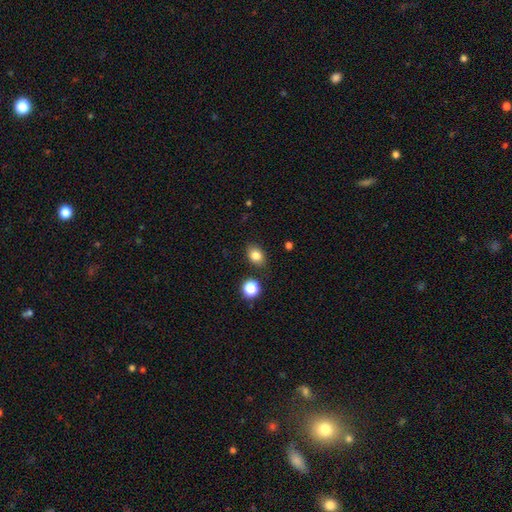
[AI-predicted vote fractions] The model was most divided on "how rounded": in between: 71%, round: 28%, cigar-shaped: 1%. More confident: merging — none (83%); smooth or featured — smooth (82%).